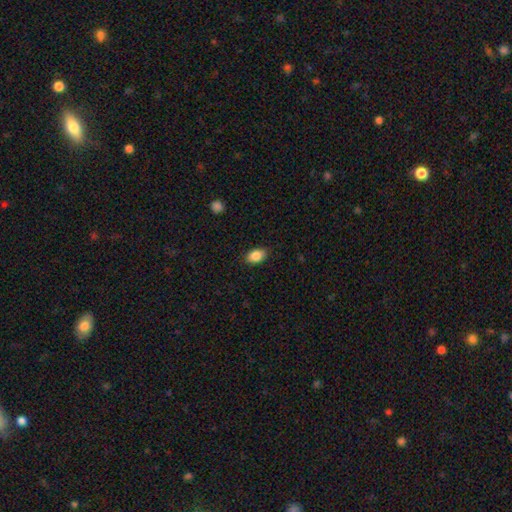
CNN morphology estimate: Smooth or featured? smooth (87%)
How rounded? in between (88%)
Merging? none (86%)